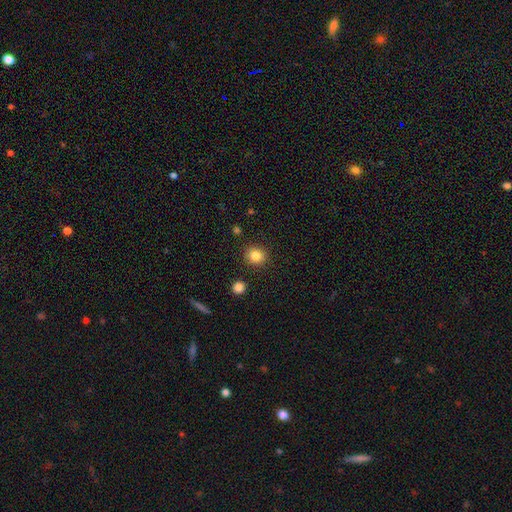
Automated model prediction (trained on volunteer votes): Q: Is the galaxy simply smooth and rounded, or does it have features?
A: smooth — 85%.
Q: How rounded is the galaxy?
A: round — 86%.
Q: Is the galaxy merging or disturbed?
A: none — 90%.